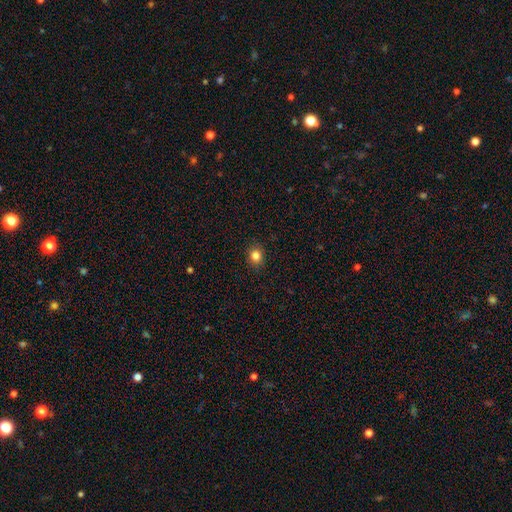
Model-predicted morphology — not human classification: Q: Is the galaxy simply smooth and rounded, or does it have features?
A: smooth — 83%.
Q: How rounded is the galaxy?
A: round — 71%.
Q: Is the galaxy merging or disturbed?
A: none — 89%.